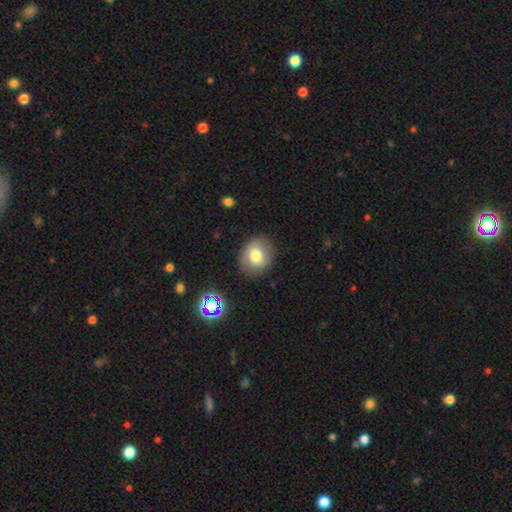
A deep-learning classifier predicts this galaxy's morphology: Q: Smooth or featured?
A: smooth (75%); runner-up: featured or disk (14%)
Q: How rounded?
A: round (65%); runner-up: in between (35%)
Q: Merging?
A: none (82%); runner-up: minor disturbance (13%)